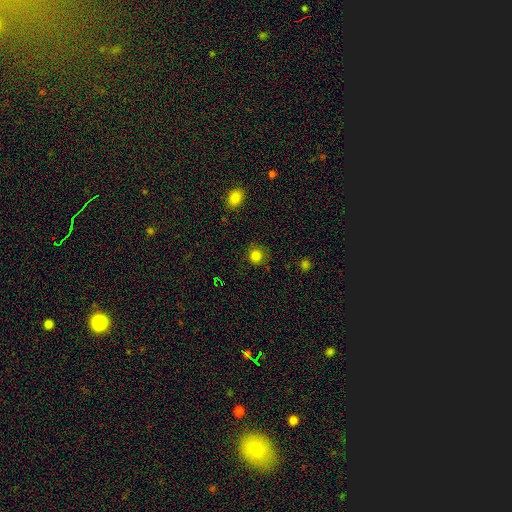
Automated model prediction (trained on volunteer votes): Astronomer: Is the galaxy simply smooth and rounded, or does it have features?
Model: smooth — 82%.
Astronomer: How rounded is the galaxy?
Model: round — 88%.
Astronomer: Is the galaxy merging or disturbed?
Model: none — 80%.